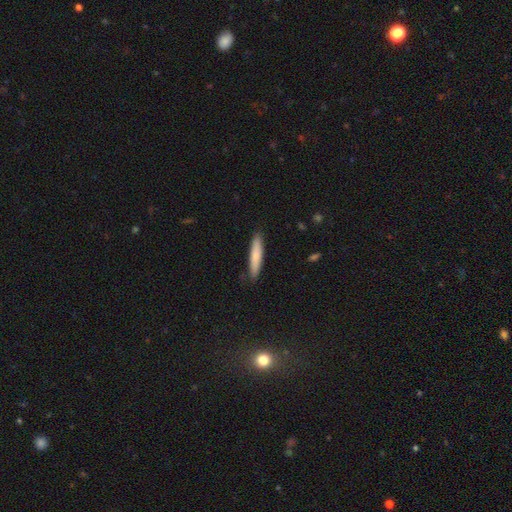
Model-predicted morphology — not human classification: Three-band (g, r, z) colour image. It shows a smooth galaxy with no disk features (76%) that is cigar-shaped (86%). Merging: none (86%).